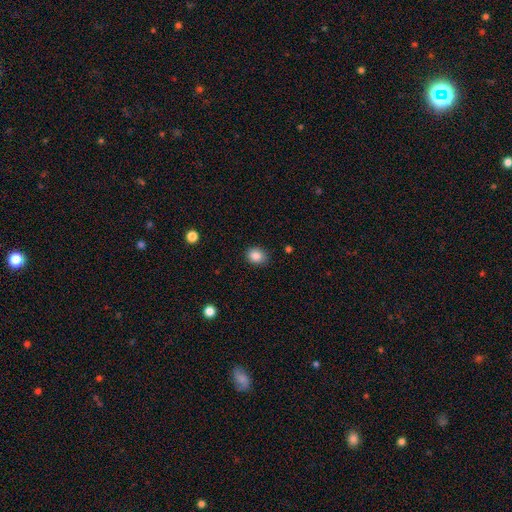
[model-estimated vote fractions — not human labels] Q: Smooth or featured?
A: smooth (87%); runner-up: star or artifact (9%)
Q: How rounded?
A: round (57%); runner-up: in between (42%)
Q: Merging?
A: none (84%); runner-up: minor disturbance (12%)